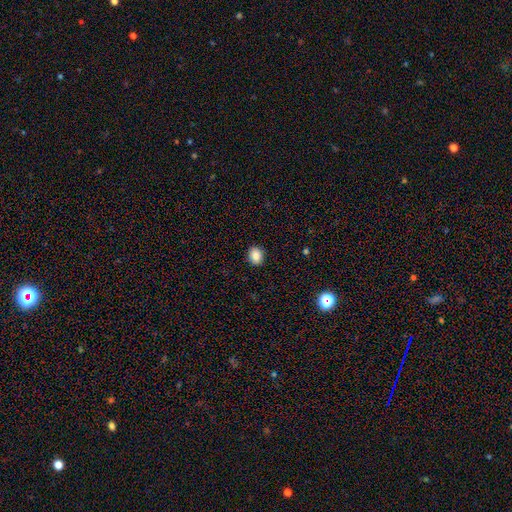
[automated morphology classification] smooth-or-featured: smooth: 85% | star or artifact: 9% | featured or disk: 6%
  how-rounded: round: 58% | in between: 41% | cigar-shaped: 1%
  merging: none: 90% | minor disturbance: 7% | major disturbance: 2% | merger: 1%